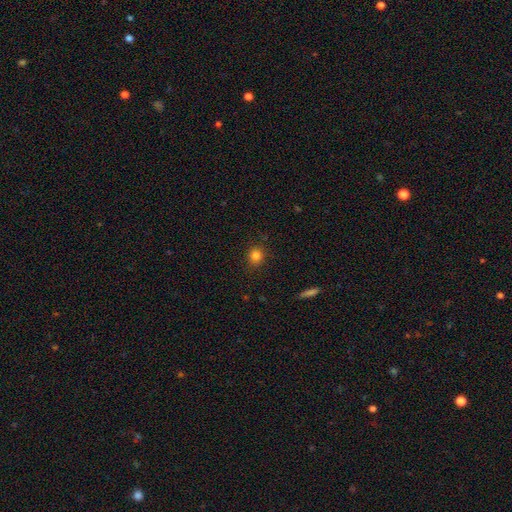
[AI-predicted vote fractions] Overall: smooth (82%). How rounded: round (80%). Merging: none (89%).